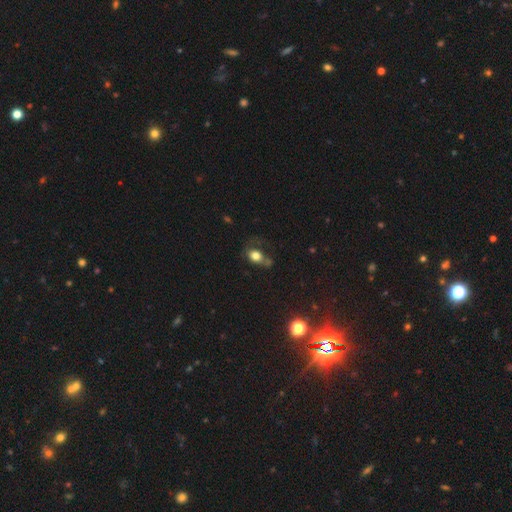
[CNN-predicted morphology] smooth_or_featured: smooth (p=0.73) [alt: featured or disk p=0.16]
how_rounded: in between (p=0.63) [alt: round p=0.35]
merging: none (p=0.38) [alt: major disturbance p=0.27]